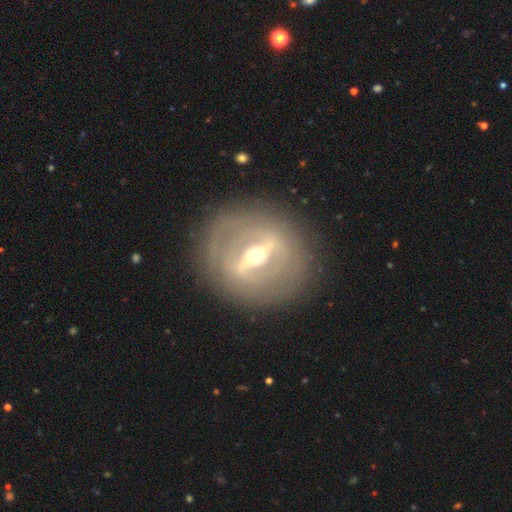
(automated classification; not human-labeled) smooth-or-featured: featured or disk: 85% | smooth: 9% | star or artifact: 6%
  disk-edge-on: no: 71% | yes: 29%
    bar: strong: 81% | weak: 14% | no: 5%
    has-spiral-arms: no: 67% | yes: 33%
    bulge-size: moderate: 66% | small: 27% | large: 5% | dominant: 1% | none: 1%
  merging: none: 86% | minor disturbance: 9% | major disturbance: 4% | merger: 1%